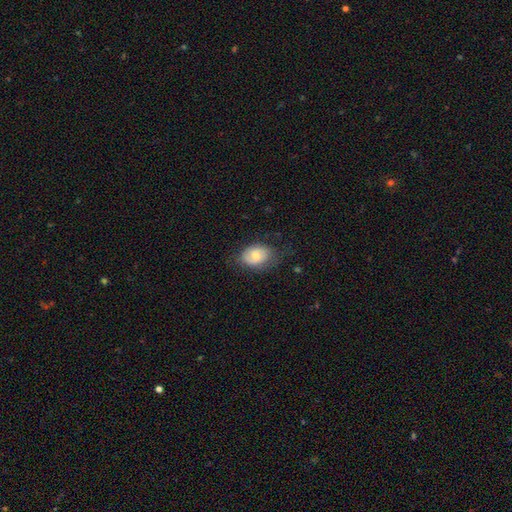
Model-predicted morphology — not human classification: Smooth or featured?
  - smooth: 70% *
  - featured or disk: 23%
  - star or artifact: 7%
How rounded?
  - in between: 80% *
  - round: 19%
  - cigar-shaped: 1%
Merging?
  - none: 67% *
  - minor disturbance: 24%
  - major disturbance: 8%
  - merger: 1%